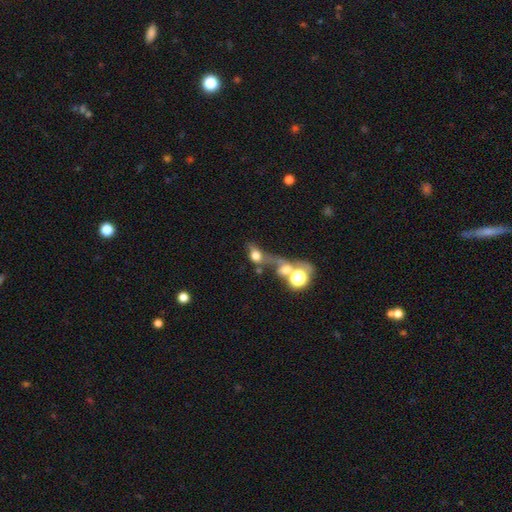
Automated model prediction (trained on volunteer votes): A smooth galaxy with no disk features (59%) that is in between round and cigar-shaped (53%).

Vote fractions:
- Smooth or featured? smooth: 59% / featured or disk: 24% / star or artifact: 17%
- How rounded? in between: 53% / round: 42% / cigar-shaped: 5%
- Merging? merger: 48% / major disturbance: 23% / none: 18% / minor disturbance: 10%